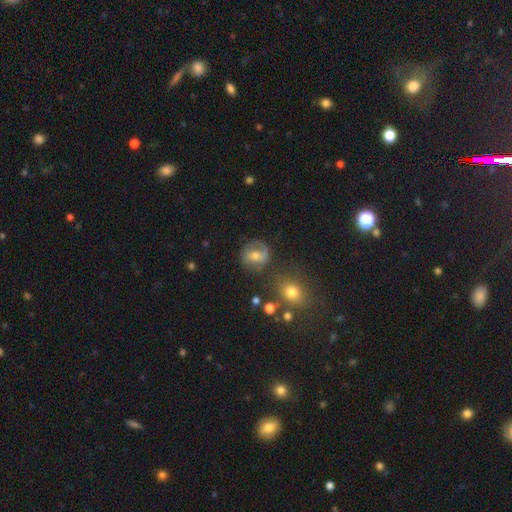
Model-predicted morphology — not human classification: The model was most divided on "smooth or featured" (2-way tie): featured or disk: 45%, smooth: 45%, star or artifact: 10%. More confident: merging — none (61%).